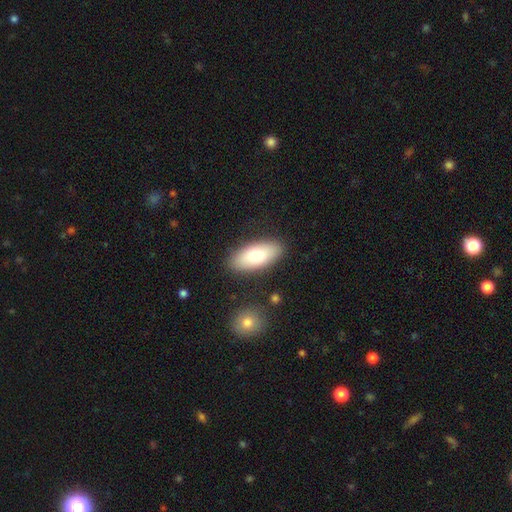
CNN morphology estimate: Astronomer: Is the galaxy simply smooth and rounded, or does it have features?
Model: smooth — 75%.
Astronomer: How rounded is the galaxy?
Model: in between — 89%.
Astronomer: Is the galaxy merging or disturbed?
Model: none — 86%.